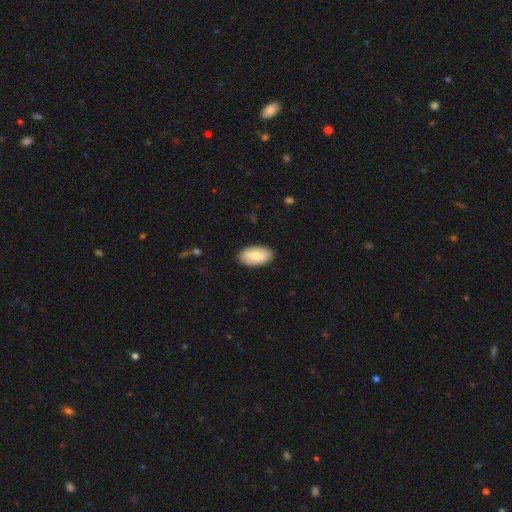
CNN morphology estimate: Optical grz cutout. It shows a smooth galaxy with no disk features (74%) that is in between round and cigar-shaped (95%). Merging: none (88%).